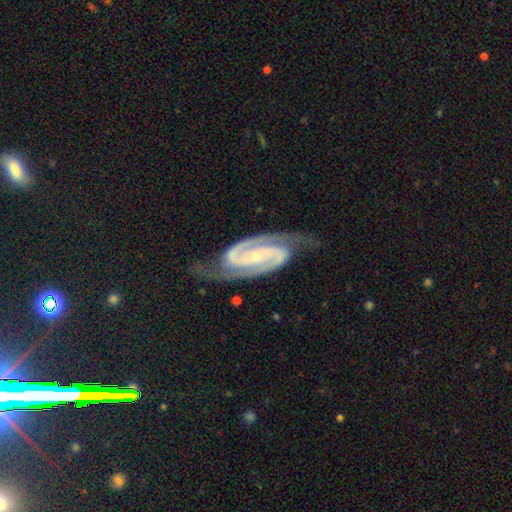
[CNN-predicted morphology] smooth_or_featured: featured or disk (p=0.93) [alt: star or artifact p=0.04]
disk_edge_on: no (p=0.97) [alt: yes p=0.03]
bar: strong (p=0.34) [alt: no p=0.33]
has_spiral_arms: yes (p=0.99) [alt: no p=0.01]
spiral_winding: medium (p=0.48) [alt: tight p=0.44]
spiral_arm_count: 2 (p=0.94) [alt: 3 p=0.01]
bulge_size: small (p=0.78) [alt: moderate p=0.14]
merging: none (p=0.78) [alt: minor disturbance p=0.16]